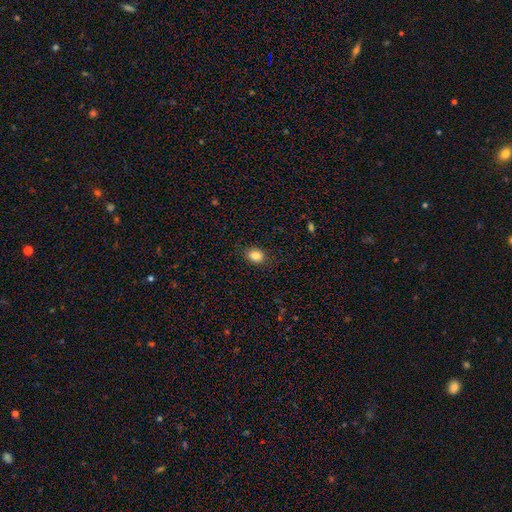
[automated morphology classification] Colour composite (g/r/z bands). It shows a smooth galaxy with no disk features (84%) that is in between round and cigar-shaped (56%). Merging: none (87%).